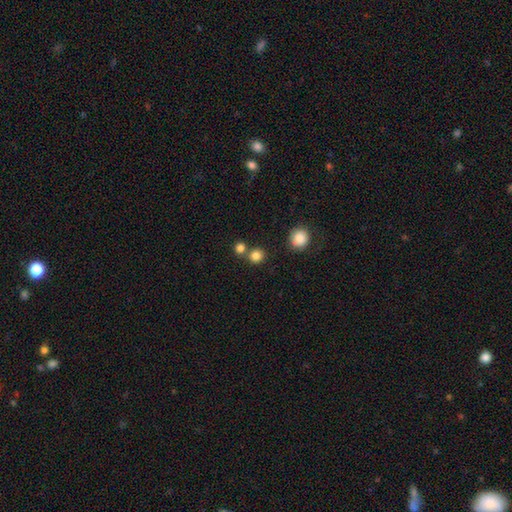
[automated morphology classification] The model was most divided on "merging": none: 69%, merger: 22%, minor disturbance: 7%, major disturbance: 3%. More confident: how rounded — round (90%); smooth or featured — smooth (82%).